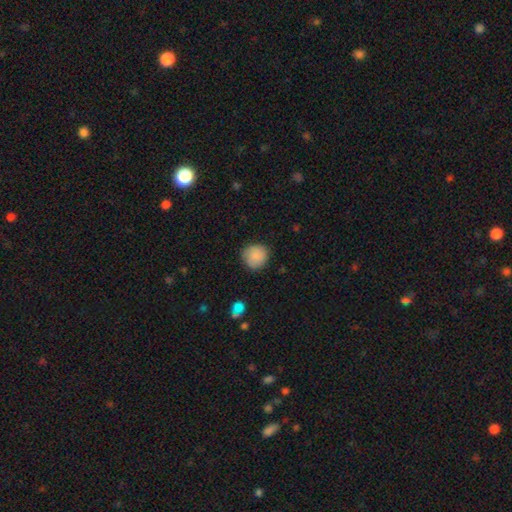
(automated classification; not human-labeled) Smooth or featured: smooth — 86% (star or artifact — 7%)
How rounded: round — 92% (in between — 7%)
Merging: none — 82% (minor disturbance — 14%)